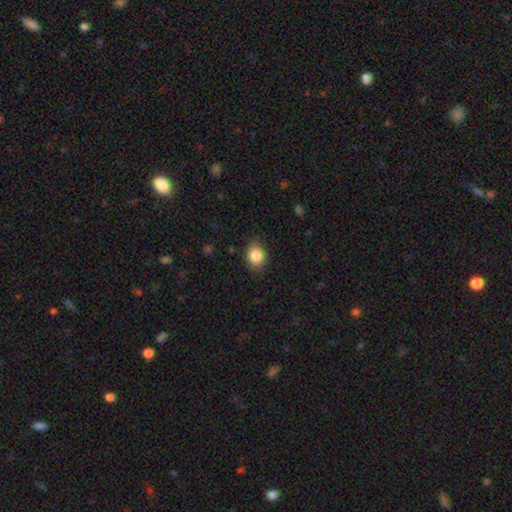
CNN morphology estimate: This is clearly a smooth galaxy (86%). How rounded: possibly round (58%). Merging: likely none (79%).